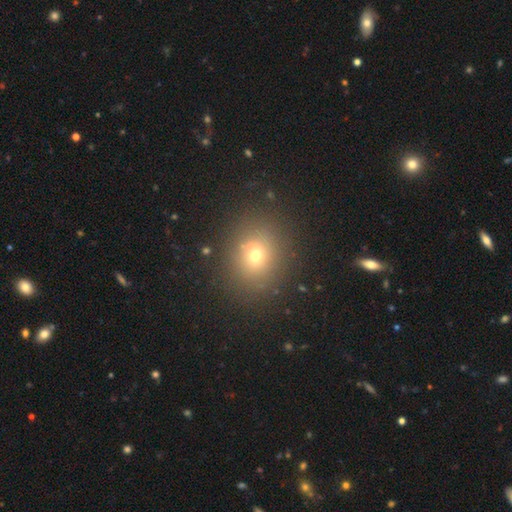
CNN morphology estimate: This appears to be a smooth galaxy with no disk features (66%) that is round (67%). Merging: none (83%).